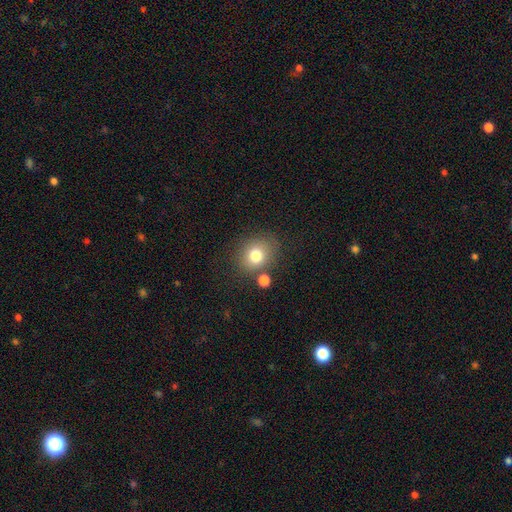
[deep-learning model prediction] smooth_or_featured: smooth (p=0.78) [alt: star or artifact p=0.12]
how_rounded: round (p=0.70) [alt: in between p=0.29]
merging: none (p=0.73) [alt: minor disturbance p=0.12]